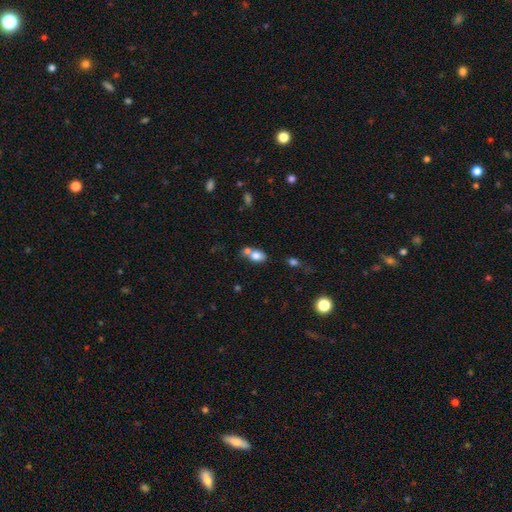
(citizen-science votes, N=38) Smooth or featured?
  - smooth: 84% *
  - featured or disk: 11%
  - star or artifact: 5%
How rounded?
  - in between: 81% *
  - round: 19%
  - cigar-shaped: 0%
Merging?
  - none: 47% *
  - merger: 39%
  - minor disturbance: 11%
  - major disturbance: 3%